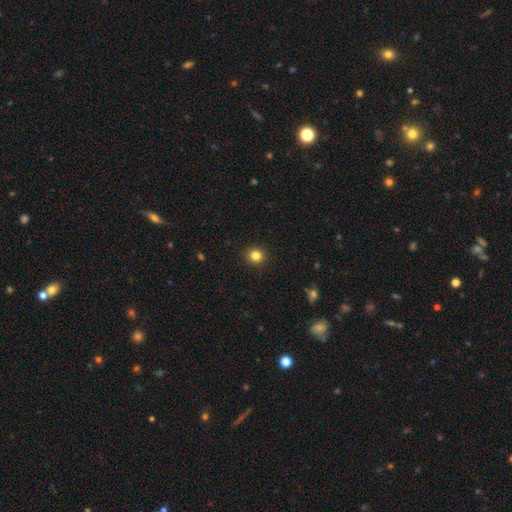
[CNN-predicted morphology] Smooth or featured?
  - smooth: 83% *
  - star or artifact: 12%
  - featured or disk: 5%
How rounded?
  - round: 88% *
  - in between: 11%
  - cigar-shaped: 1%
Merging?
  - none: 92% *
  - minor disturbance: 5%
  - major disturbance: 2%
  - merger: 1%